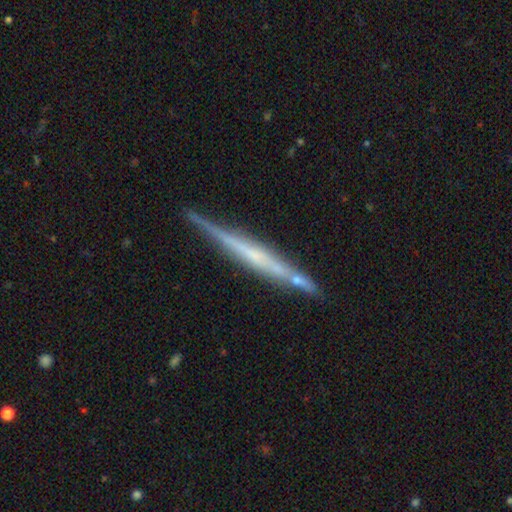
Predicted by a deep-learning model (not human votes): smooth-or-featured: featured or disk: 70% | smooth: 24% | star or artifact: 6%
  disk-edge-on: yes: 97% | no: 3%
    edge-on-bulge: none: 64% | rounded: 22% | boxy: 13%
  merging: none: 80% | minor disturbance: 12% | merger: 5% | major disturbance: 2%